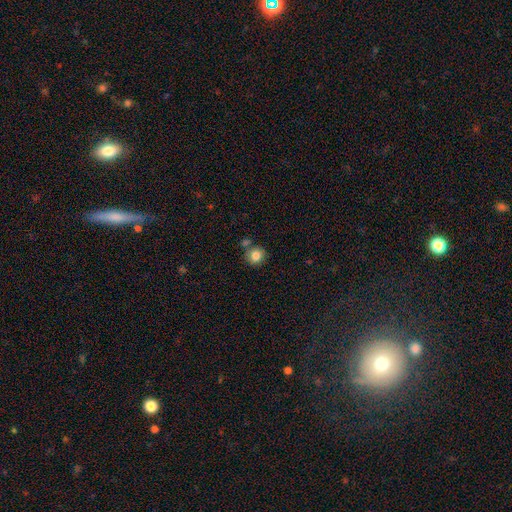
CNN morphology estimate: smooth 84%, star or artifact 10%, featured or disk 6%. Down the decision tree: how rounded — round (89%); merging — none (74%).